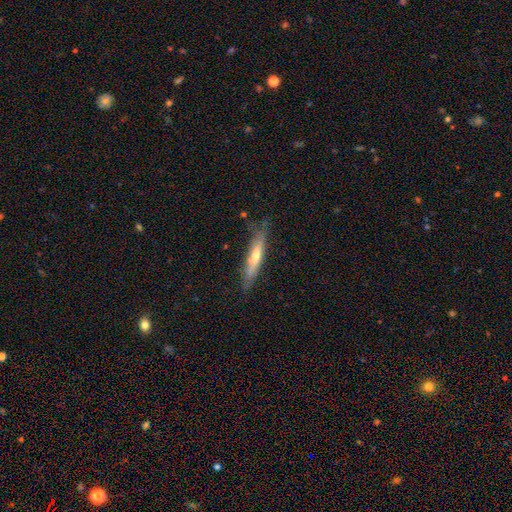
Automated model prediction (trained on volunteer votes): Morphology: type=featured or disk (51%); edge-on=yes (86%); merging=none (77%).